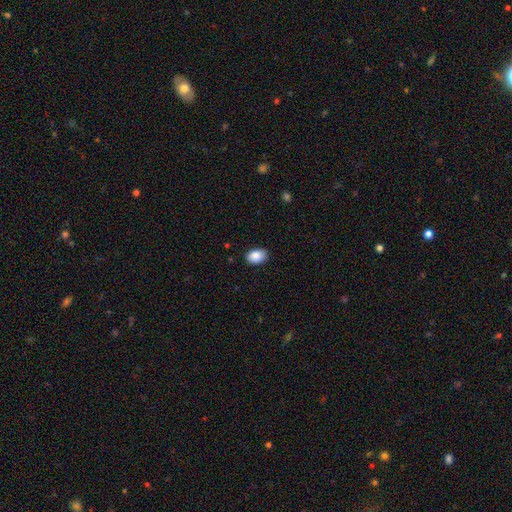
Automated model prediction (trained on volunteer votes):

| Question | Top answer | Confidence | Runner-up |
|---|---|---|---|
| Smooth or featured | smooth | 88% | star or artifact (7%) |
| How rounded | in between | 85% | round (14%) |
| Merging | none | 88% | minor disturbance (9%) |